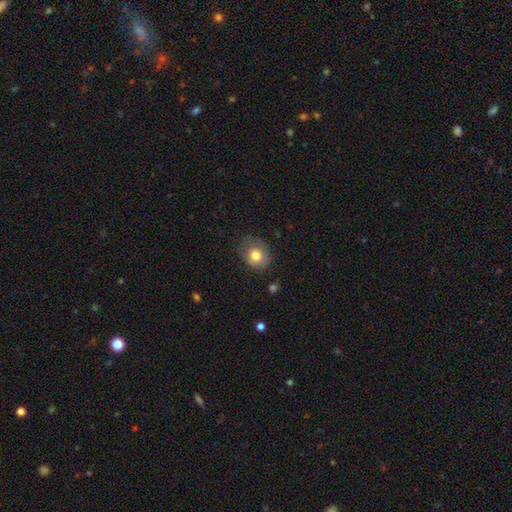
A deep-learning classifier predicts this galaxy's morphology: Smooth or featured: smooth — 74% (featured or disk — 18%)
How rounded: round — 62% (in between — 37%)
Merging: none — 65% (minor disturbance — 25%)